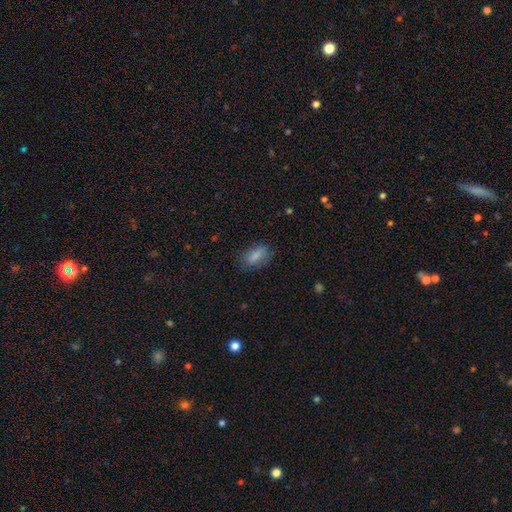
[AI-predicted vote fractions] A smooth galaxy with no disk features (83%) that is in between round and cigar-shaped (87%). Merging: none (73%).